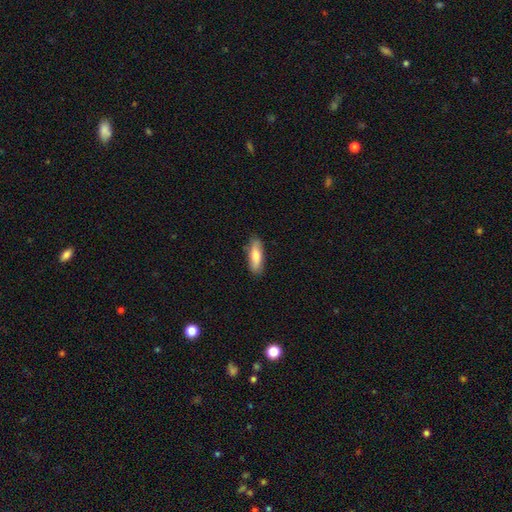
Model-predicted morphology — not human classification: This appears to be a smooth galaxy with no disk features (74%) that is in between round and cigar-shaped (62%). Merging: none (84%).